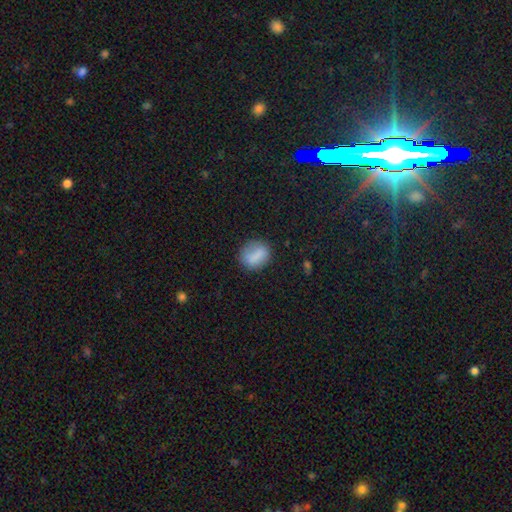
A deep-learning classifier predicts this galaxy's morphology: Smooth or featured: smooth — 78% (featured or disk — 13%)
How rounded: round — 58% (in between — 39%)
Merging: none — 71% (minor disturbance — 19%)